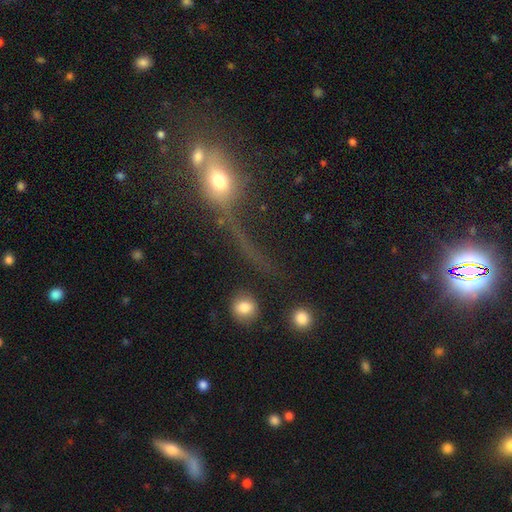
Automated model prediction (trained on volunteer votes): smooth-or-featured: smooth: 37% | featured or disk: 33% | star or artifact: 30%
  merging: merger: 31% | major disturbance: 30% | none: 26% | minor disturbance: 13%